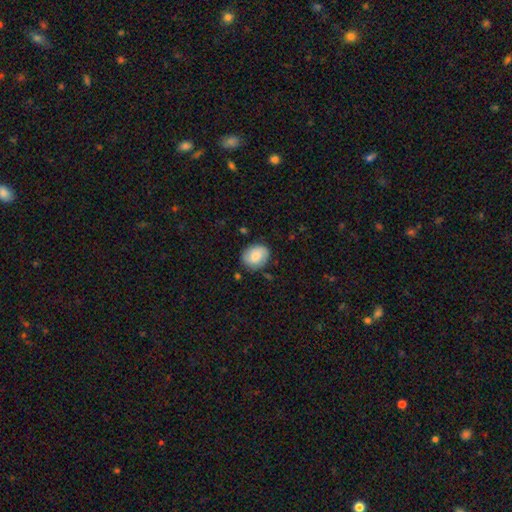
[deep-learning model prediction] smooth_or_featured: smooth (p=0.71) [alt: featured or disk p=0.21]
how_rounded: round (p=0.52) [alt: in between p=0.47]
merging: none (p=0.78) [alt: minor disturbance p=0.16]